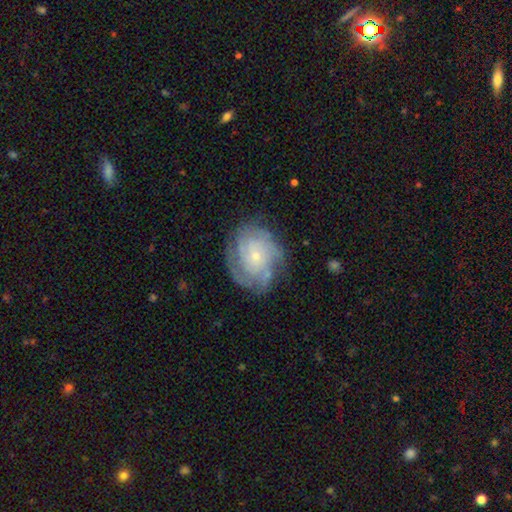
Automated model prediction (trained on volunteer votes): The model was most divided on "spiral arm count": can't tell: 32%, 4: 24%, 3: 21%, 2: 11%, more than 4: 7%, 1: 5%. More confident: edge-on disk — no (97%); spiral arms — yes (94%); smooth or featured — featured or disk (79%); bar — no (78%); bulge size — small (75%); merging — none (69%); spiral winding — tight (66%).